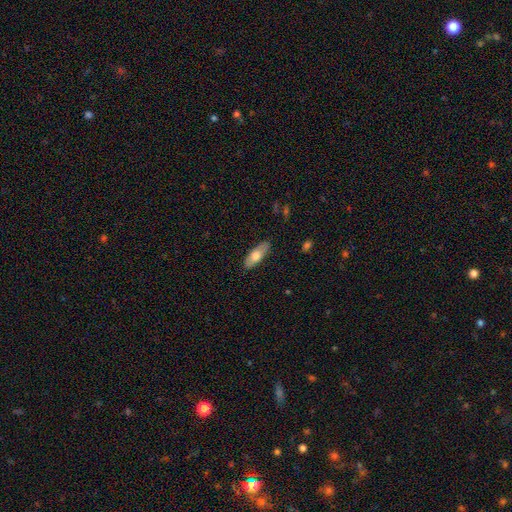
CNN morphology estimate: This is likely a smooth galaxy (61%). How rounded: likely in between (69%). Merging: clearly none (85%).